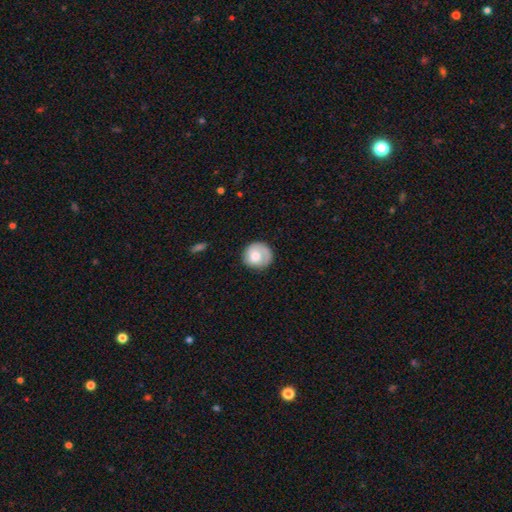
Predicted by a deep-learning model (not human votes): Morphology: type=smooth (69%); roundness=round (87%); merging=none (72%).